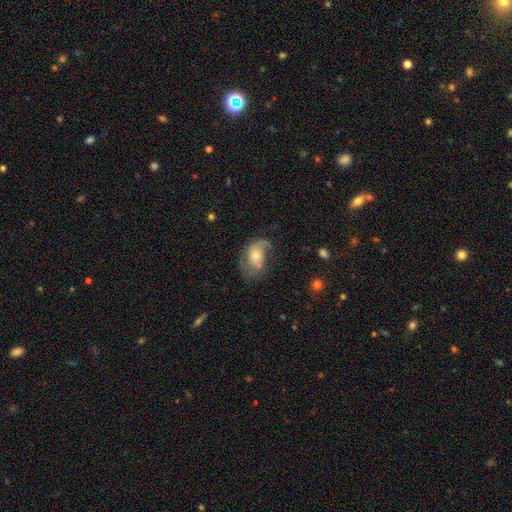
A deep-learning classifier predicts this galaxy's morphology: Smooth or featured? featured or disk (71%)
Edge-on disk? no (96%)
Bar? no (69%)
Spiral arms? yes (88%)
Spiral winding? medium (42%)
Spiral arm count? 2 (56%)
Bulge size? moderate (50%)
Merging? none (51%)